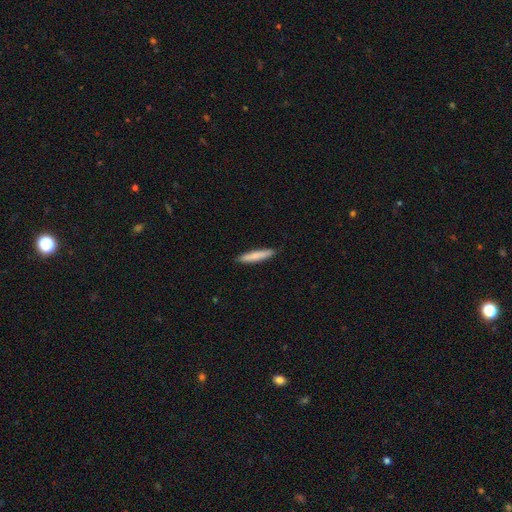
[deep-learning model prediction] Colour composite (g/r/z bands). It shows a smooth galaxy with no disk features (78%) that is cigar-shaped (91%). Merging: none (90%).